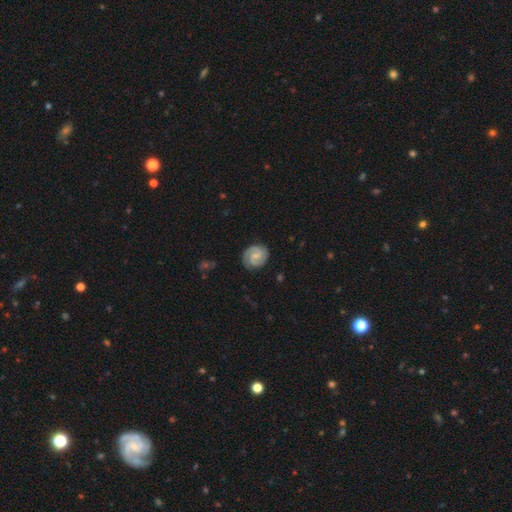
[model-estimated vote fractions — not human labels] Q: Smooth or featured?
A: featured or disk (82%); runner-up: smooth (13%)
Q: Edge-on disk?
A: no (98%); runner-up: yes (2%)
Q: Bar?
A: weak (51%); runner-up: no (37%)
Q: Spiral arms?
A: yes (97%); runner-up: no (3%)
Q: Spiral winding?
A: tight (56%); runner-up: medium (37%)
Q: Spiral arm count?
A: 2 (86%); runner-up: can't tell (5%)
Q: Bulge size?
A: small (50%); runner-up: moderate (26%)
Q: Merging?
A: none (83%); runner-up: minor disturbance (13%)